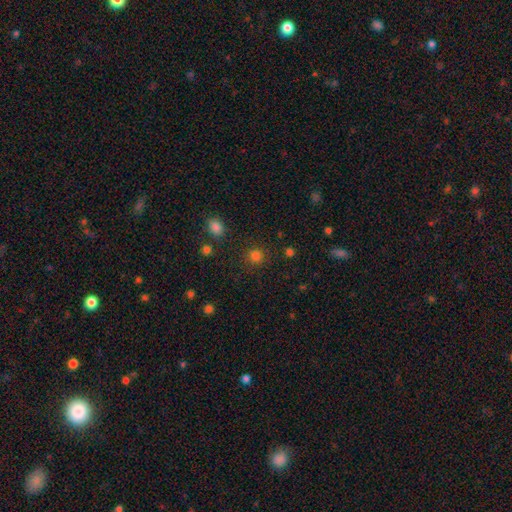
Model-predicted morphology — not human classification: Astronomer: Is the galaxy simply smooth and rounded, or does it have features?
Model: smooth — 79%.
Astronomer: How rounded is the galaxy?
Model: round — 90%.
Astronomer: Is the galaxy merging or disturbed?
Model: none — 85%.